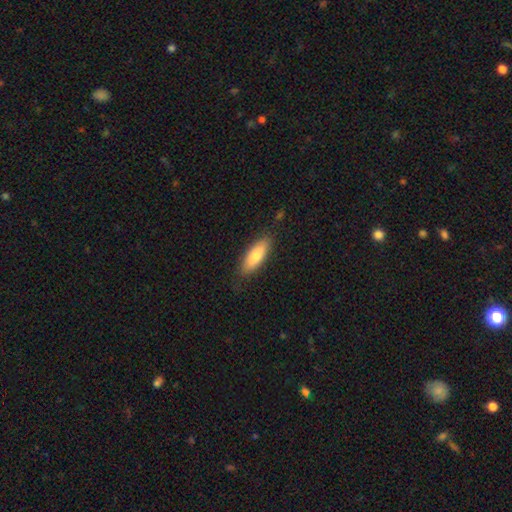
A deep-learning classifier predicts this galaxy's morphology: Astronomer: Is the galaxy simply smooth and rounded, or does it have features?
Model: smooth — 76%.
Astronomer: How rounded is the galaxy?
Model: in between — 55% (runner-up: cigar-shaped, 43%).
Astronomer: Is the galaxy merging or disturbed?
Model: none — 84%.